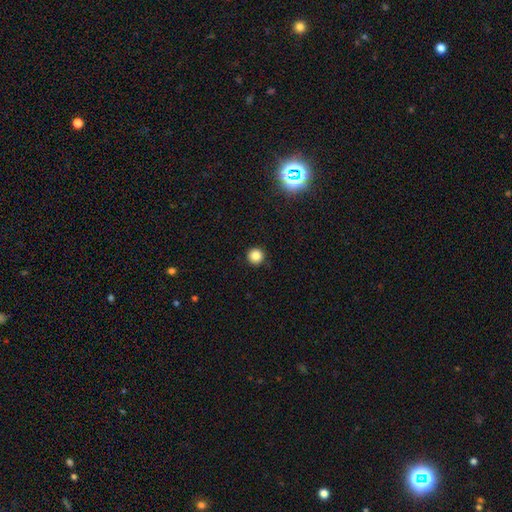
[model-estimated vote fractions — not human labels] This appears to be a smooth galaxy with no disk features (84%) that is round (96%). Merging: none (92%).